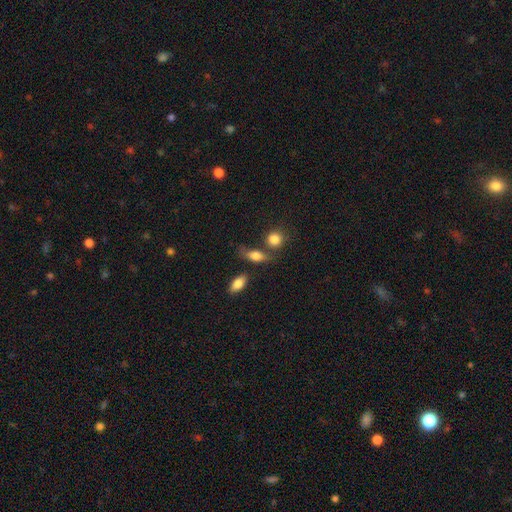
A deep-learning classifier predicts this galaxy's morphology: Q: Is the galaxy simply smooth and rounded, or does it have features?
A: smooth — 76%.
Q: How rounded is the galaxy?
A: in between — 69%.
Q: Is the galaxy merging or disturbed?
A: none — 56%.